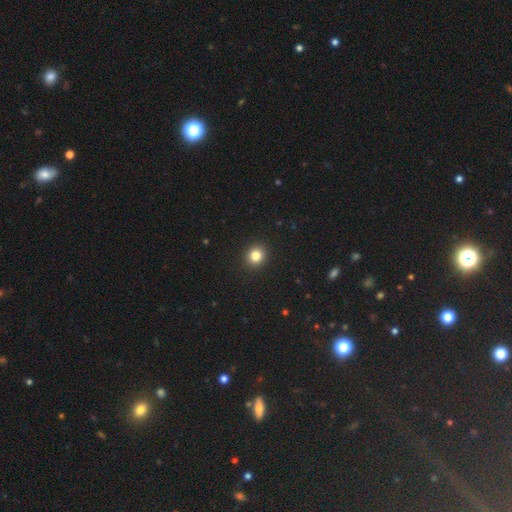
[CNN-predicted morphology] Smooth or featured: smooth — 83% (star or artifact — 11%)
How rounded: round — 84% (in between — 15%)
Merging: none — 92% (minor disturbance — 5%)